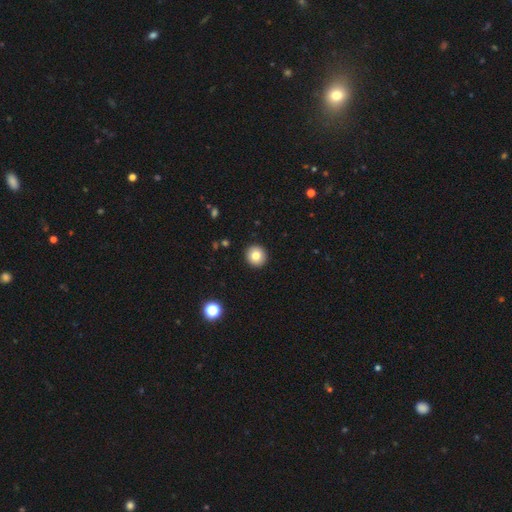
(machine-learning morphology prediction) The model was most divided on "smooth or featured": smooth: 82%, star or artifact: 10%, featured or disk: 8%. More confident: how rounded — round (94%); merging — none (93%).